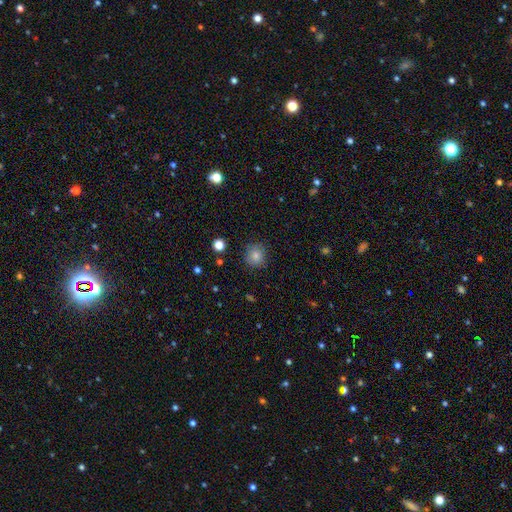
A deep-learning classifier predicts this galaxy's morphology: smooth-or-featured: smooth: 83% | star or artifact: 11% | featured or disk: 6%
  how-rounded: round: 88% | in between: 11% | cigar-shaped: 1%
  merging: none: 85% | minor disturbance: 11% | major disturbance: 3% | merger: 1%